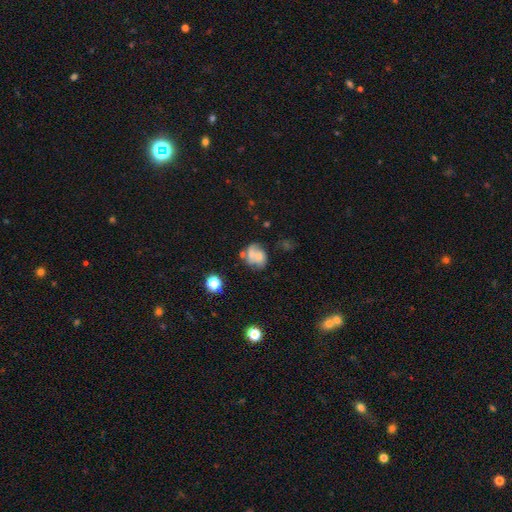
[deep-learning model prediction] A smooth galaxy with no disk features (48%).

Vote fractions:
- Smooth or featured? smooth: 48% / featured or disk: 40% / star or artifact: 13%
- Merging? none: 34% / merger: 30% / minor disturbance: 21% / major disturbance: 16%